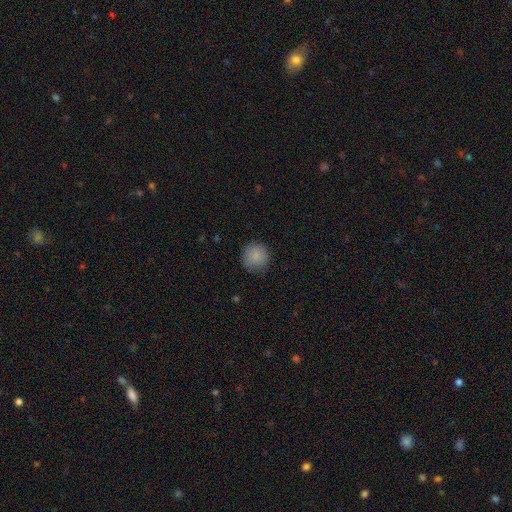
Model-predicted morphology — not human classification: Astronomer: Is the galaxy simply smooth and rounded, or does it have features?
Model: smooth — 87%.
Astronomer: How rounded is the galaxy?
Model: round — 94%.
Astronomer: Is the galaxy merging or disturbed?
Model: none — 86%.